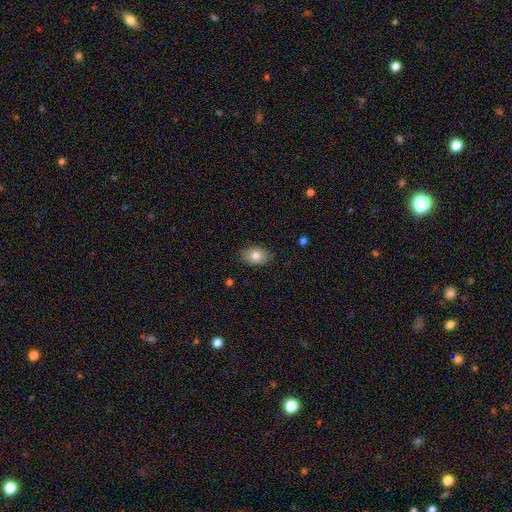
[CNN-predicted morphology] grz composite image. It shows a smooth galaxy with no disk features (80%) that is in between round and cigar-shaped (85%). Merging: none (86%).